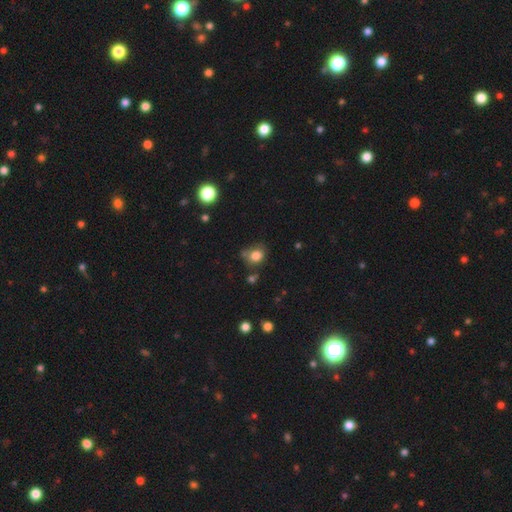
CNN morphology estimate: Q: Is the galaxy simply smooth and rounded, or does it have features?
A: smooth — 81%.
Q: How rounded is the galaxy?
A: round — 60%.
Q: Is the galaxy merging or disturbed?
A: none — 55%.